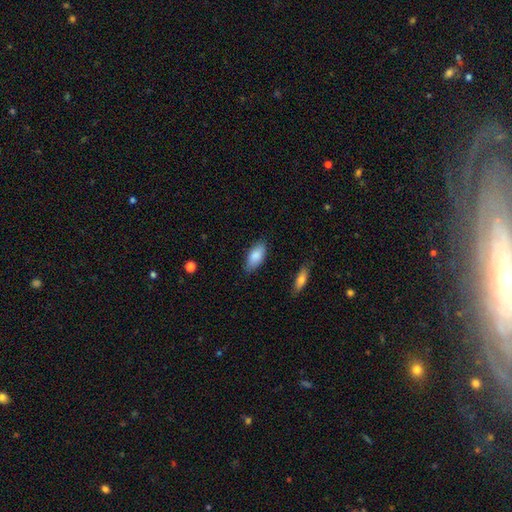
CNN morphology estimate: Smooth or featured?
  - smooth: 86% *
  - featured or disk: 8%
  - star or artifact: 6%
How rounded?
  - in between: 89% *
  - cigar-shaped: 9%
  - round: 2%
Merging?
  - none: 83% *
  - minor disturbance: 13%
  - major disturbance: 3%
  - merger: 2%